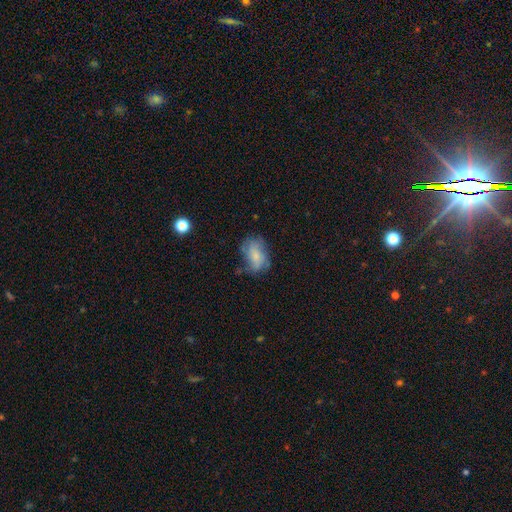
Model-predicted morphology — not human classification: Q: Smooth or featured?
A: smooth (52%); runner-up: featured or disk (39%)
Q: How rounded?
A: in between (84%); runner-up: round (14%)
Q: Merging?
A: none (54%); runner-up: minor disturbance (28%)